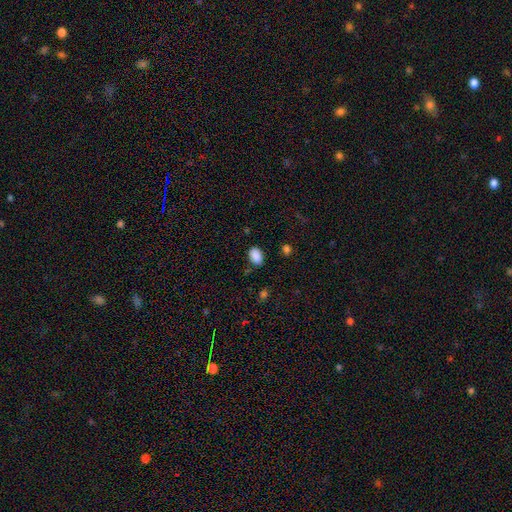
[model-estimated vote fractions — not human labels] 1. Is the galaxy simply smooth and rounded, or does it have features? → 88% smooth, 9% star or artifact, 3% featured or disk.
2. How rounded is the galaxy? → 87% in between, 12% round, 1% cigar-shaped.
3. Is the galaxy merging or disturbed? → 81% none, 14% minor disturbance, 3% major disturbance, 2% merger.